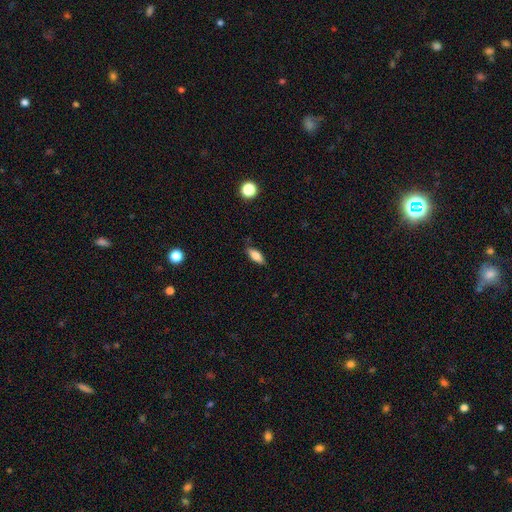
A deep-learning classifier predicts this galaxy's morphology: Smooth or featured? Predicted: smooth (p=0.78). How rounded? Predicted: in between (p=0.75). Merging? Predicted: none (p=0.82).